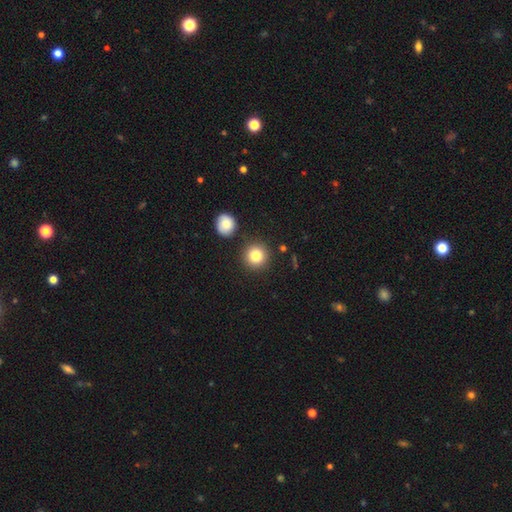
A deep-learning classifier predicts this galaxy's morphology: Smooth or featured?
  - smooth: 83% *
  - star or artifact: 10%
  - featured or disk: 7%
How rounded?
  - round: 93% *
  - in between: 6%
  - cigar-shaped: 1%
Merging?
  - none: 86% *
  - minor disturbance: 7%
  - merger: 5%
  - major disturbance: 2%